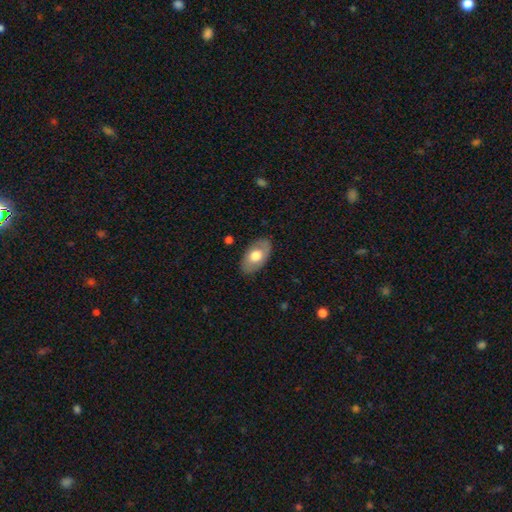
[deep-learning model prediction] smooth 62%, featured or disk 32%, star or artifact 5%. Down the decision tree: how rounded — in between (93%); merging — none (83%).